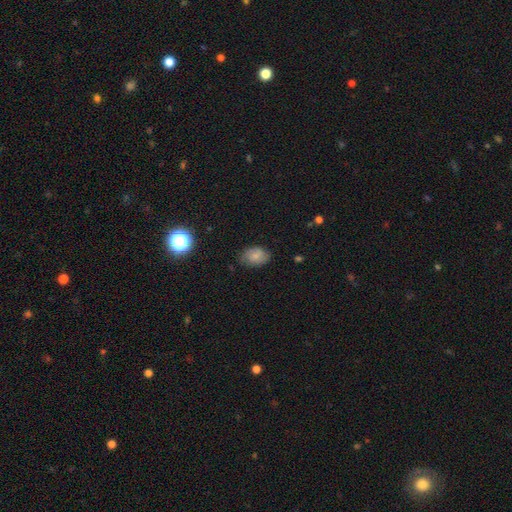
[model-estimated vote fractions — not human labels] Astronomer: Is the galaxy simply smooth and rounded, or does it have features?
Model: smooth — 68%.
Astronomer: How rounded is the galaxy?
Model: in between — 80%.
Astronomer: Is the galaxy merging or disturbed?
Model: none — 73%.